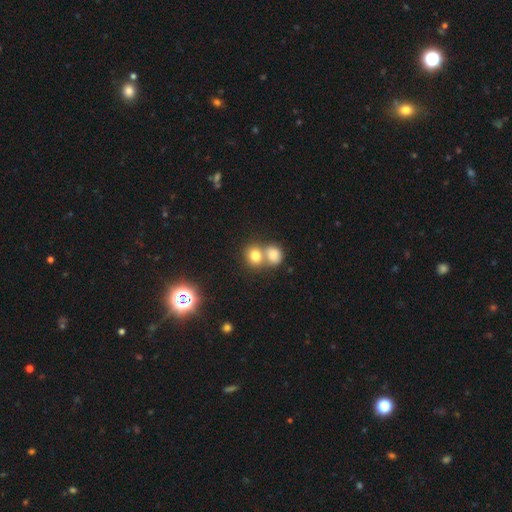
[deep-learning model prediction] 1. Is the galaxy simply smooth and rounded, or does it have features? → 78% smooth, 12% star or artifact, 10% featured or disk.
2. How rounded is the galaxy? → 70% round, 29% in between, 1% cigar-shaped.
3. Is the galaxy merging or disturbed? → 54% merger, 36% none, 7% minor disturbance, 3% major disturbance.